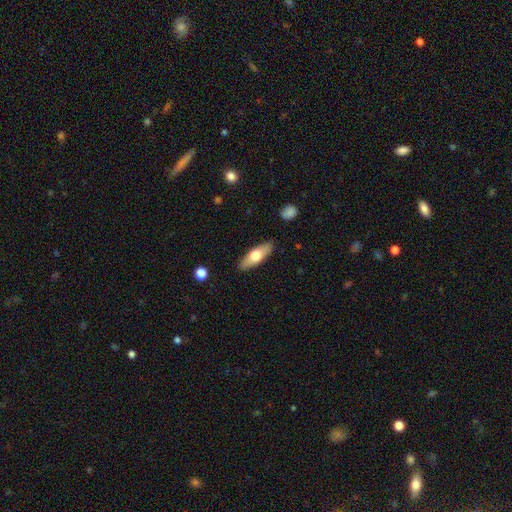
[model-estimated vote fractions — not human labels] smooth 62%, featured or disk 32%, star or artifact 5%. Down the decision tree: how rounded — in between (61%); merging — none (88%).